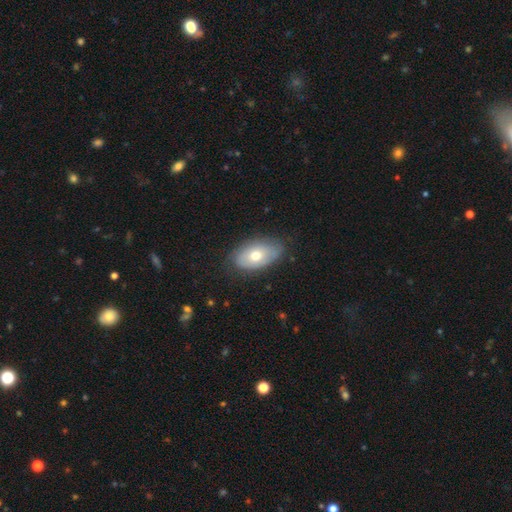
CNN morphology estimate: A smooth galaxy with no disk features (61%) that is in between round and cigar-shaped (92%). Merging: none (74%).